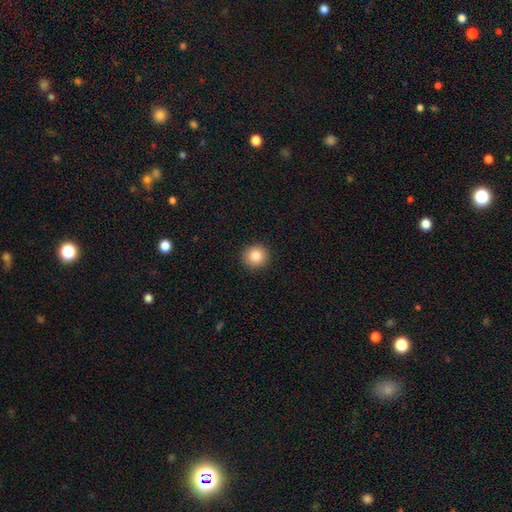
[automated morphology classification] The model was most divided on "smooth or featured": smooth: 85%, star or artifact: 9%, featured or disk: 5%. More confident: merging — none (92%); how rounded — round (92%).